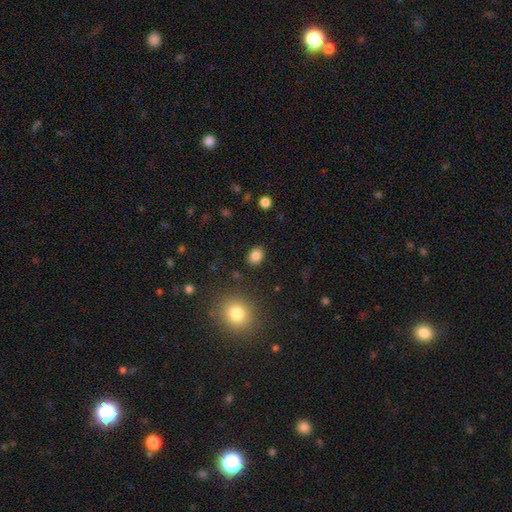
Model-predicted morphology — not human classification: Overall: smooth (85%). How rounded: in between (55%; round 44%). Merging: none (87%).